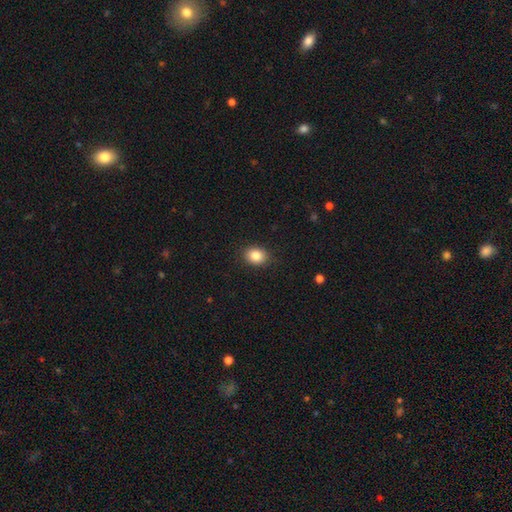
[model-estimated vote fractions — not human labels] Smooth or featured?
  - smooth: 85% *
  - star or artifact: 9%
  - featured or disk: 6%
How rounded?
  - in between: 53% *
  - round: 46%
  - cigar-shaped: 1%
Merging?
  - none: 88% *
  - minor disturbance: 9%
  - major disturbance: 2%
  - merger: 1%